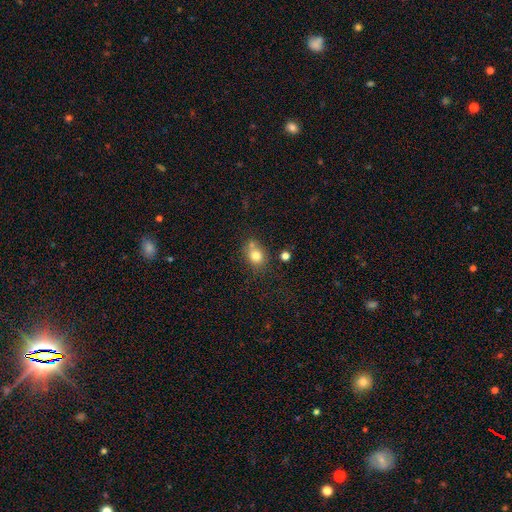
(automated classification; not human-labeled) Q: Smooth or featured?
A: smooth (78%); runner-up: star or artifact (12%)
Q: How rounded?
A: round (60%); runner-up: in between (39%)
Q: Merging?
A: none (60%); runner-up: merger (18%)